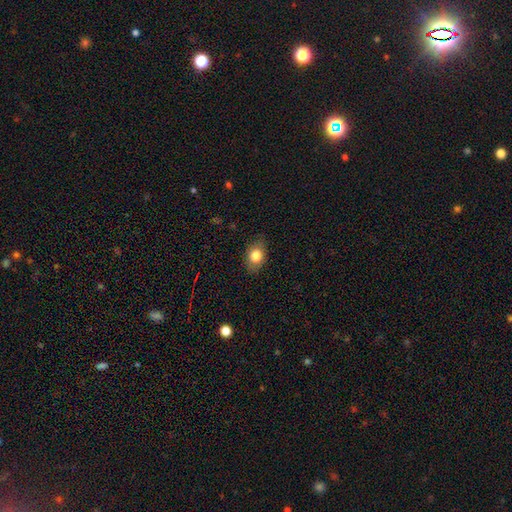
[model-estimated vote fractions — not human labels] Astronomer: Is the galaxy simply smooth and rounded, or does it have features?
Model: smooth — 81%.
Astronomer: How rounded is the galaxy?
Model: in between — 78%.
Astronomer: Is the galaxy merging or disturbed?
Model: none — 82%.